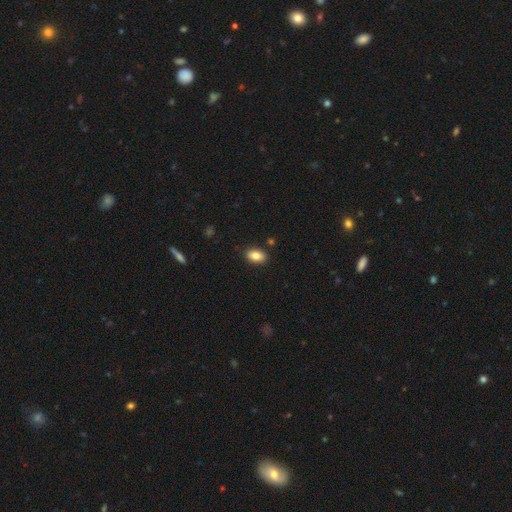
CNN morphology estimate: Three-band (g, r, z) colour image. It shows a smooth galaxy with no disk features (84%) that is in between round and cigar-shaped (91%). Merging: none (87%).